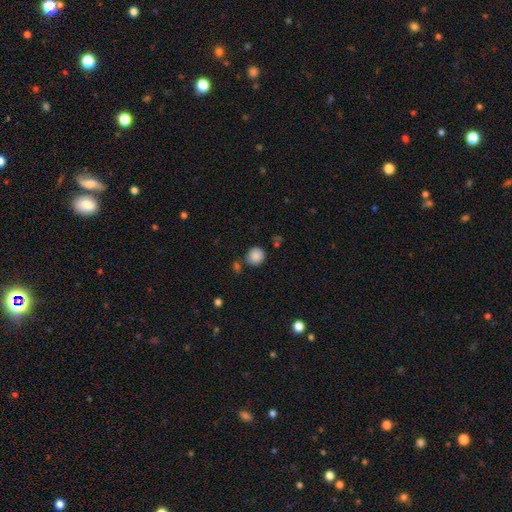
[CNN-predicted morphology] type=smooth (86%); roundness=round (88%); merging=none (77%).